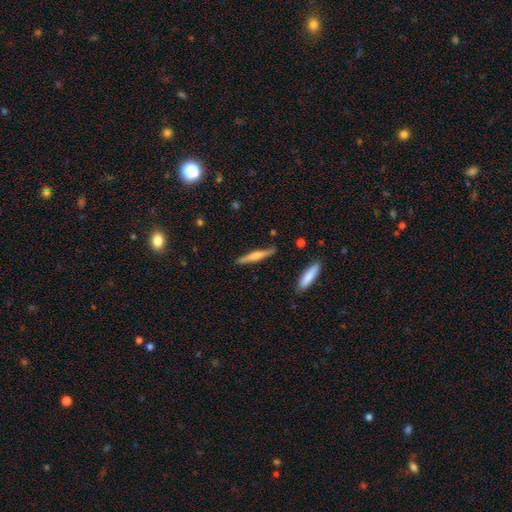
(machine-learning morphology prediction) A smooth galaxy with no disk features (49%). Merging: none (83%).